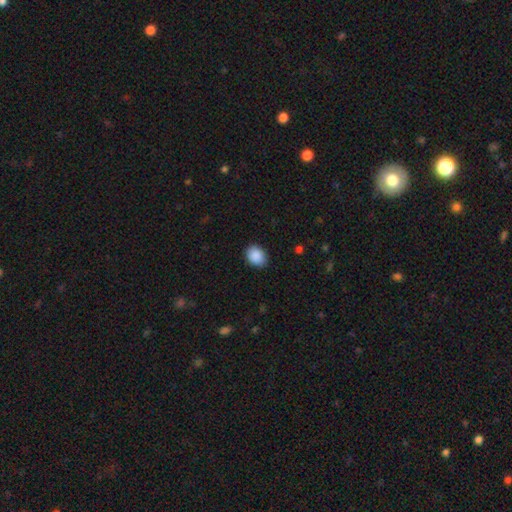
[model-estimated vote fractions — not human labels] A smooth galaxy with no disk features (90%) that is in between round and cigar-shaped (55%).

Vote fractions:
- Smooth or featured? smooth: 90% / star or artifact: 7% / featured or disk: 3%
- How rounded? in between: 55% / round: 44% / cigar-shaped: 1%
- Merging? none: 87% / minor disturbance: 9% / major disturbance: 2% / merger: 1%